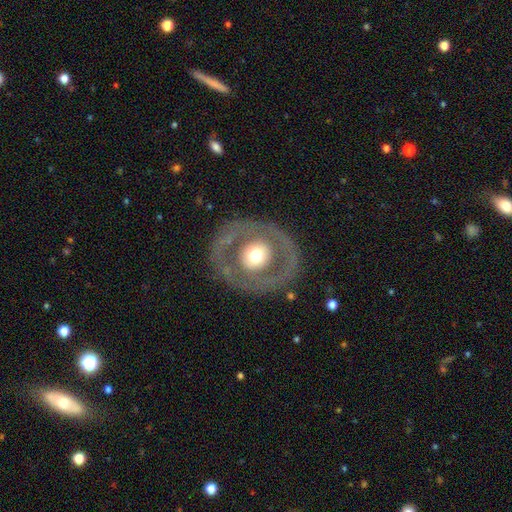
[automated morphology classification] featured or disk 55%, smooth 38%, star or artifact 6%. Down the decision tree: edge-on disk — no (94%); bar — no (85%); spiral arms — no (88%); bulge size — moderate (58%); merging — none (81%).